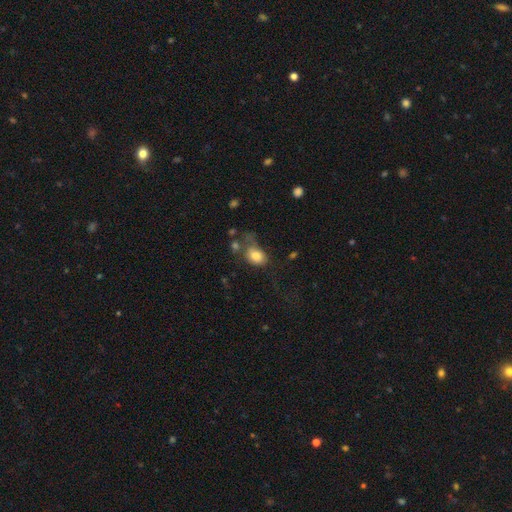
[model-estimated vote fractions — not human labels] Smooth or featured? Predicted: smooth (p=0.79). How rounded? Predicted: in between (p=0.67). Merging? Predicted: none (p=0.38).